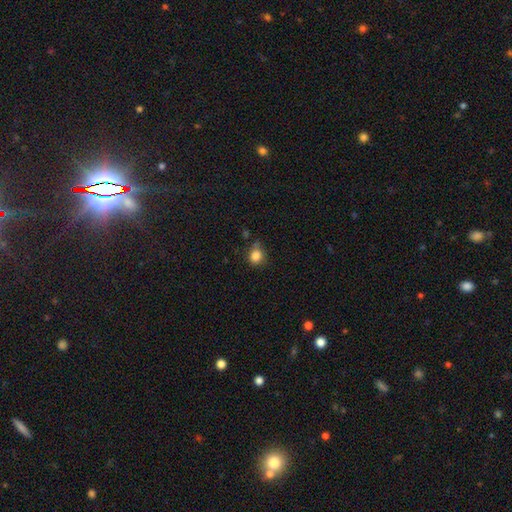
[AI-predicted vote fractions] smooth_or_featured: smooth (p=0.84) [alt: star or artifact p=0.11]
how_rounded: round (p=0.71) [alt: in between p=0.28]
merging: none (p=0.64) [alt: minor disturbance p=0.25]